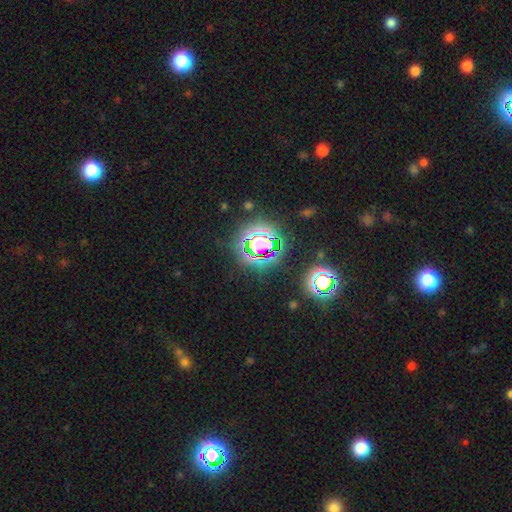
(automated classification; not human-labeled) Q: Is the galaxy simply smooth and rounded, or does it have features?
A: star or artifact — 69%.